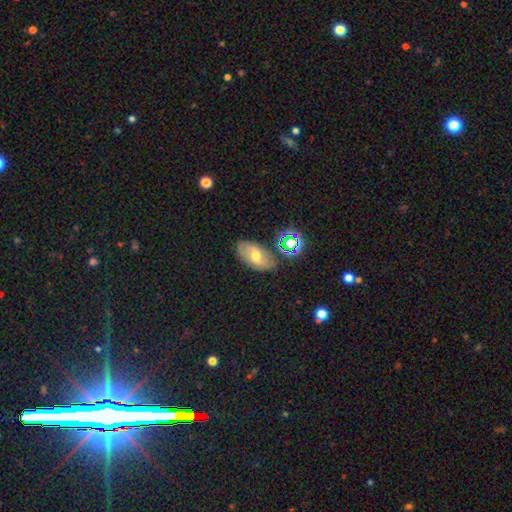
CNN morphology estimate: A smooth galaxy with no disk features (49%).

Vote fractions:
- Smooth or featured? smooth: 49% / featured or disk: 35% / star or artifact: 17%
- Merging? none: 78% / minor disturbance: 14% / merger: 4% / major disturbance: 4%